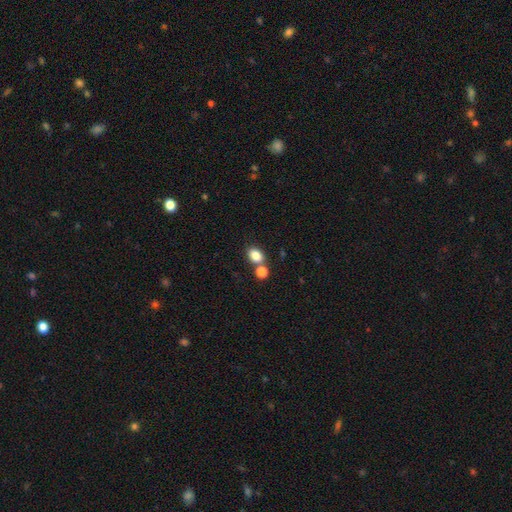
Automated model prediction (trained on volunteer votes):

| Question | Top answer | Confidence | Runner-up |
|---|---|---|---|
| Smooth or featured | smooth | 83% | star or artifact (10%) |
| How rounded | in between | 73% | round (25%) |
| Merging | none | 61% | merger (27%) |